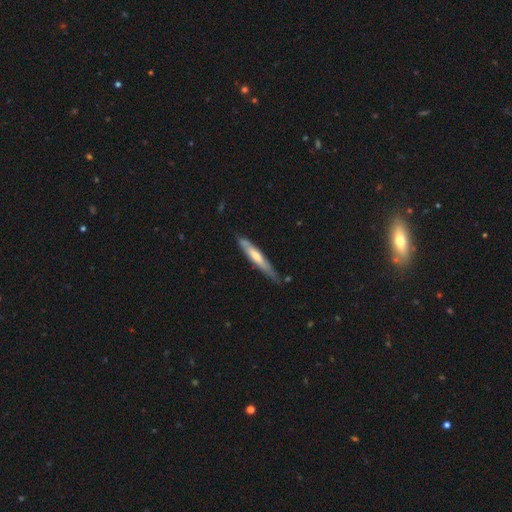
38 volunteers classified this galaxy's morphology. type=featured or disk (53%); edge-on=yes (85%); edge-on bulge=rounded (53%); merging=none (76%).